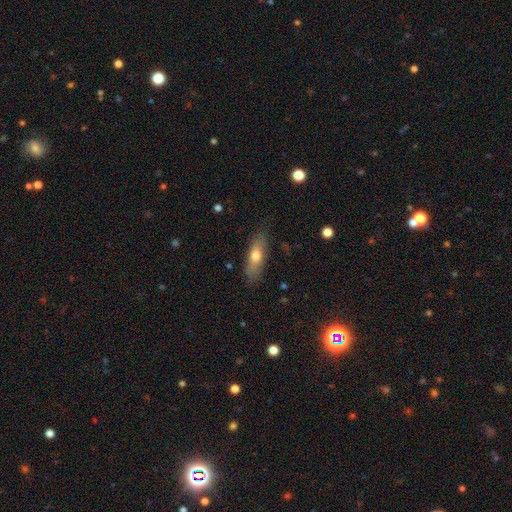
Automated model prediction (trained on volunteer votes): Q: Smooth or featured?
A: smooth (66%); runner-up: featured or disk (27%)
Q: How rounded?
A: in between (59%); runner-up: cigar-shaped (38%)
Q: Merging?
A: none (77%); runner-up: minor disturbance (17%)